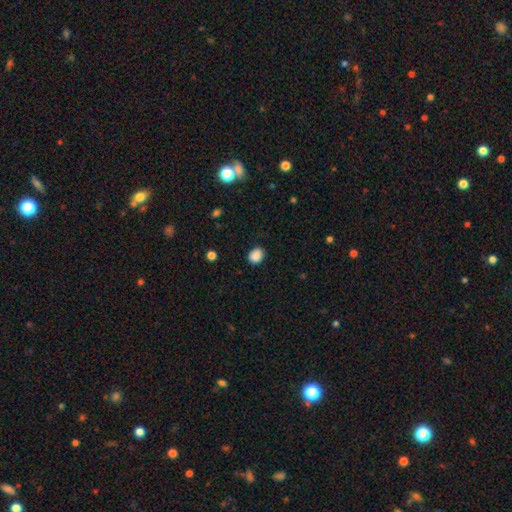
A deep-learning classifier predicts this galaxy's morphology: A smooth galaxy with no disk features (88%) that is round (51%). Merging: none (83%).